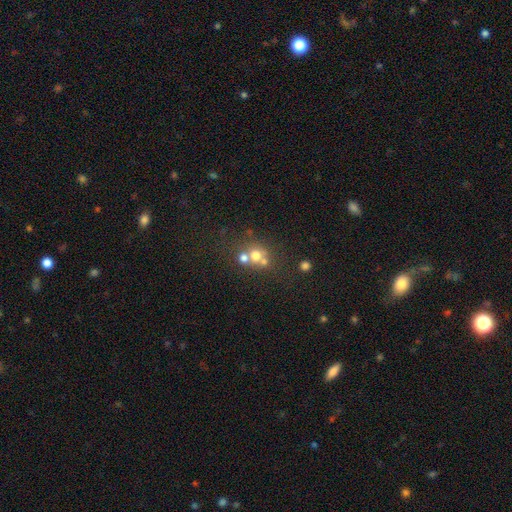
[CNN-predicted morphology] Smooth or featured? smooth (63%)
How rounded? round (81%)
Merging? merger (46%)